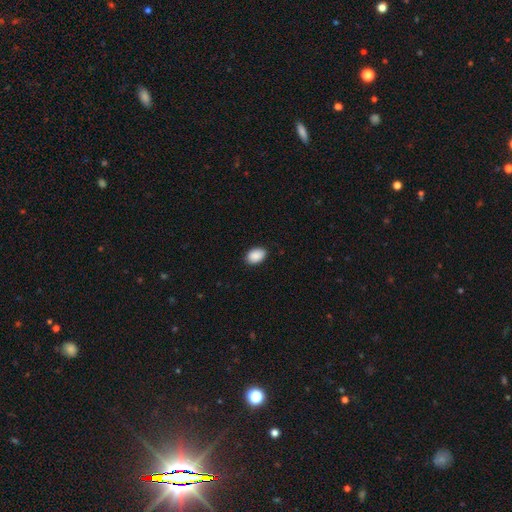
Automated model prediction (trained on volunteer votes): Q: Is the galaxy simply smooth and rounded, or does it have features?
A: smooth — 90%.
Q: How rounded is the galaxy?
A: in between — 87%.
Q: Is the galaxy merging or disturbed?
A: none — 87%.